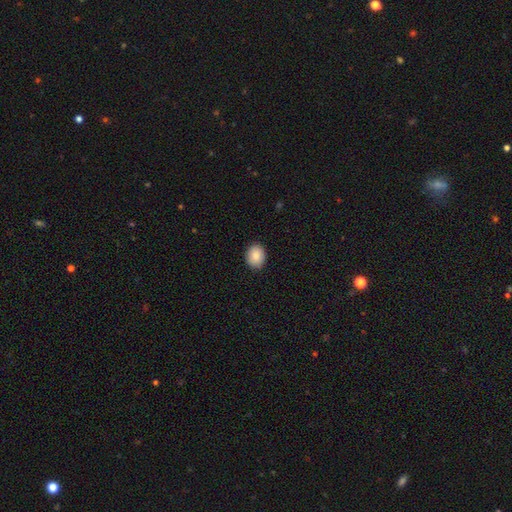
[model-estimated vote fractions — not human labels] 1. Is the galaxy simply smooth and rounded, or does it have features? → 87% smooth, 8% star or artifact, 6% featured or disk.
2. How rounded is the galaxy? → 52% round, 47% in between, 1% cigar-shaped.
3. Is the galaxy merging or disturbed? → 90% none, 7% minor disturbance, 2% major disturbance, 1% merger.